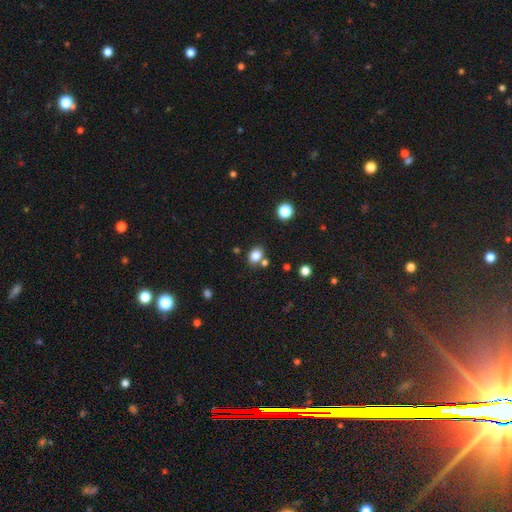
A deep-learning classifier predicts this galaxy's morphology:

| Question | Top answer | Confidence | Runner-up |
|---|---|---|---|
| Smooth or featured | smooth | 83% | star or artifact (12%) |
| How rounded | in between | 56% | round (43%) |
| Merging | none | 73% | merger (13%) |